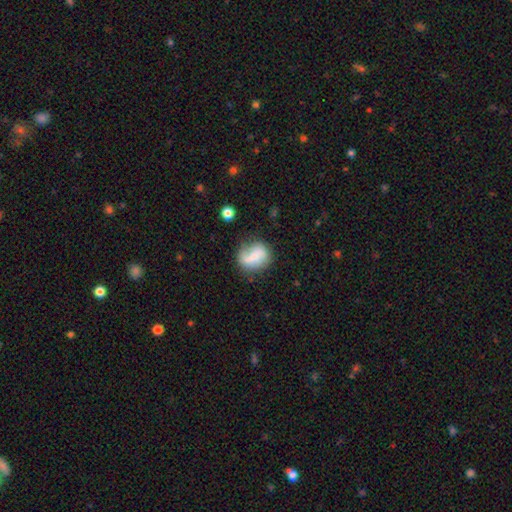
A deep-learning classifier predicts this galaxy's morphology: type=smooth (52%); roundness=round (54%); merging=none (52%).